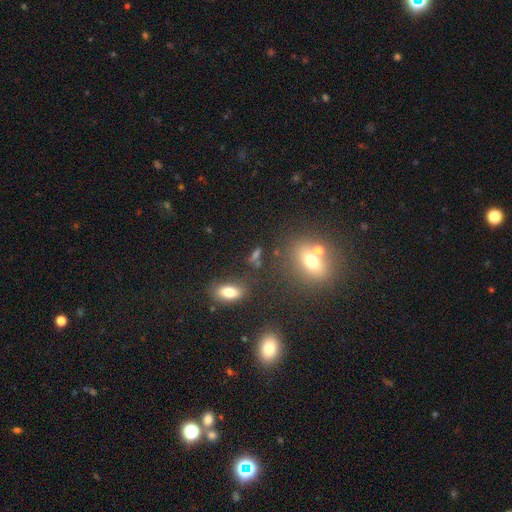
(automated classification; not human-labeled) A smooth galaxy with no disk features (61%) that is in between round and cigar-shaped (62%).

Vote fractions:
- Smooth or featured? smooth: 61% / star or artifact: 24% / featured or disk: 14%
- How rounded? in between: 62% / round: 24% / cigar-shaped: 14%
- Merging? none: 65% / merger: 15% / minor disturbance: 13% / major disturbance: 7%